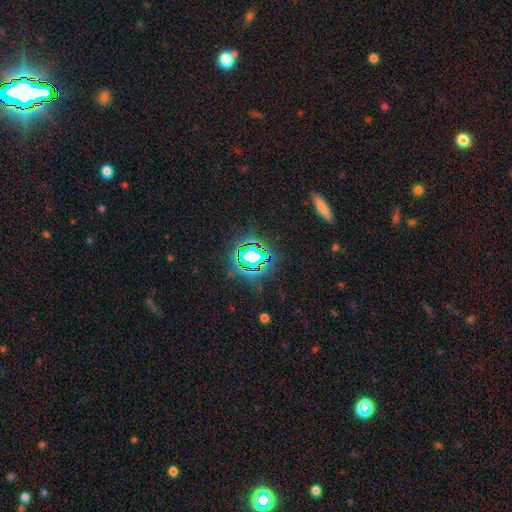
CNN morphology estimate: star or artifact 71%, smooth 18%, featured or disk 11%.